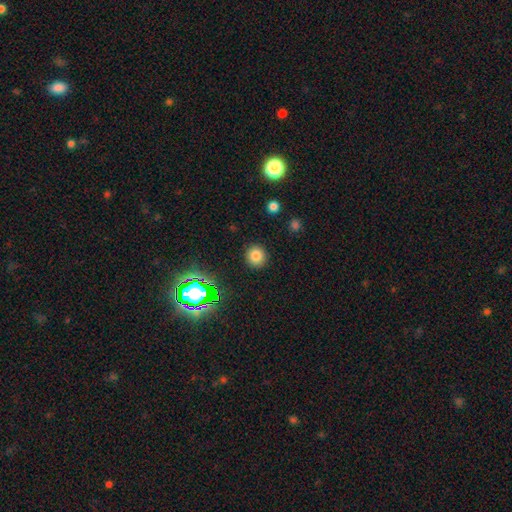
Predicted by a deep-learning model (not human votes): Morphology: type=smooth (78%); roundness=round (90%); merging=none (90%).